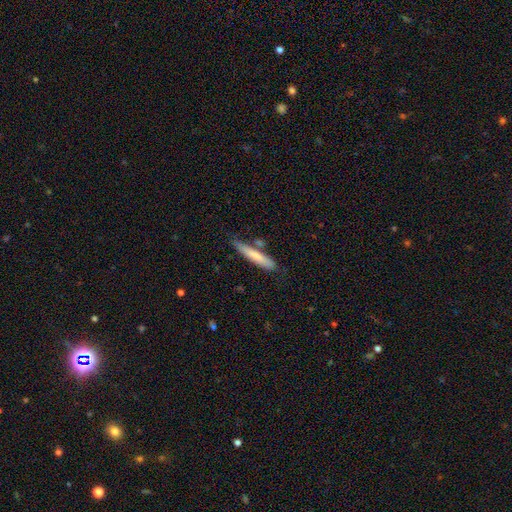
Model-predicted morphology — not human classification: The model was most divided on "smooth or featured": smooth: 71%, featured or disk: 24%, star or artifact: 6%. More confident: how rounded — cigar-shaped (91%); merging — none (69%).